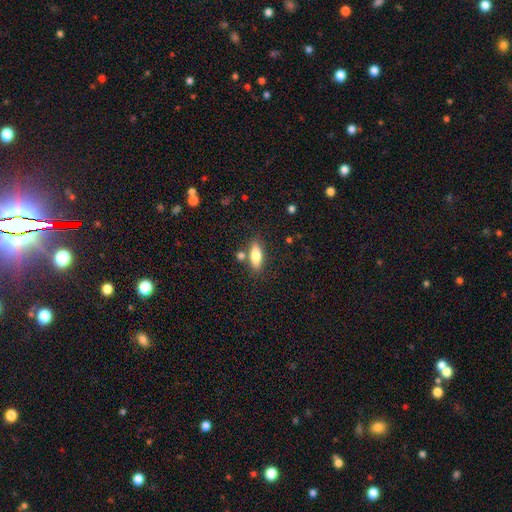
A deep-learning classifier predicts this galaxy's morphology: A smooth galaxy with no disk features (76%) that is in between round and cigar-shaped (69%).

Vote fractions:
- Smooth or featured? smooth: 76% / featured or disk: 17% / star or artifact: 7%
- How rounded? in between: 69% / cigar-shaped: 28% / round: 3%
- Merging? none: 74% / minor disturbance: 12% / merger: 11% / major disturbance: 3%